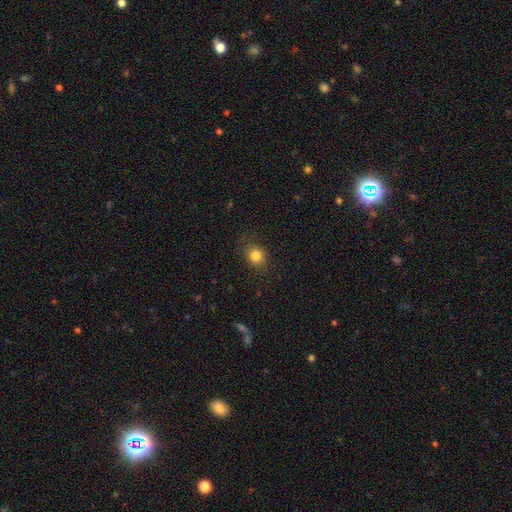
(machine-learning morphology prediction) smooth 83%, star or artifact 12%, featured or disk 6%. Down the decision tree: how rounded — round (72%); merging — none (84%).